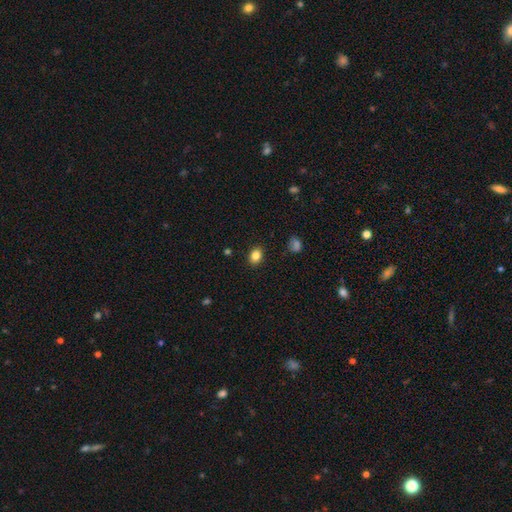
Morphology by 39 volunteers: Smooth or featured? smooth (92%)
How rounded? in between (58%)
Merging? none (87%)